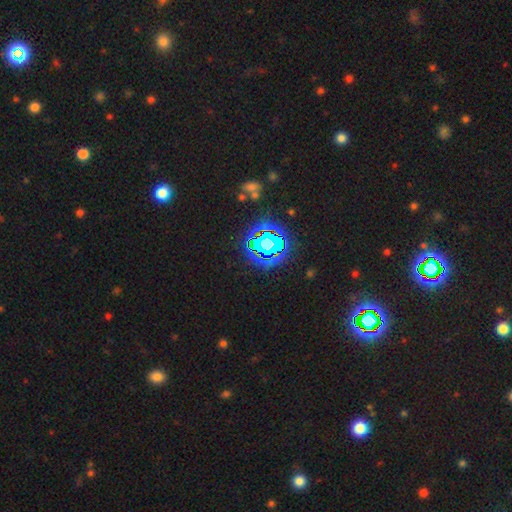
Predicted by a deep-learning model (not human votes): This appears to be a star or artifact, not a galaxy (82%).